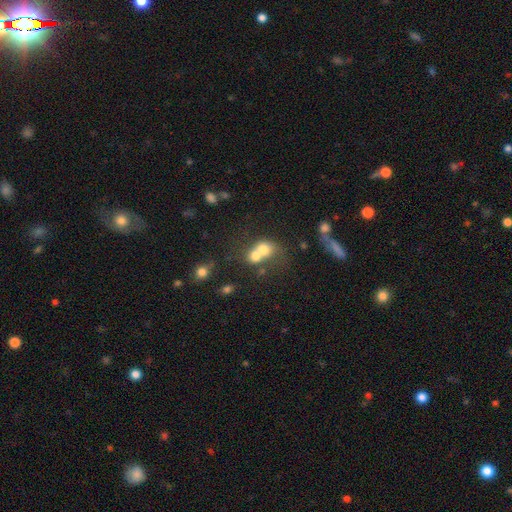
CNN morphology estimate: A smooth galaxy with no disk features (67%) that is round (63%). Merging: merger (71%).